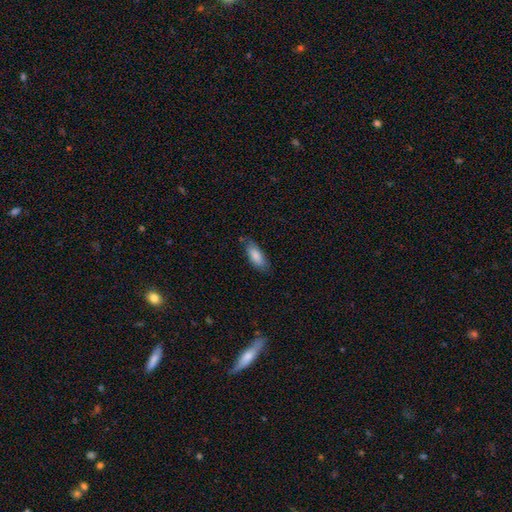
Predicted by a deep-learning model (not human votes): Overall: smooth (83%). How rounded: in between (74%). Merging: none (74%).